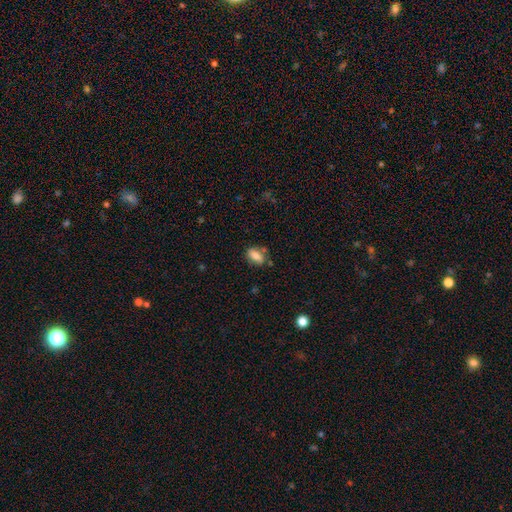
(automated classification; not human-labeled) Smooth or featured? Predicted: smooth (p=0.77). How rounded? Predicted: in between (p=0.84). Merging? Predicted: none (p=0.69).